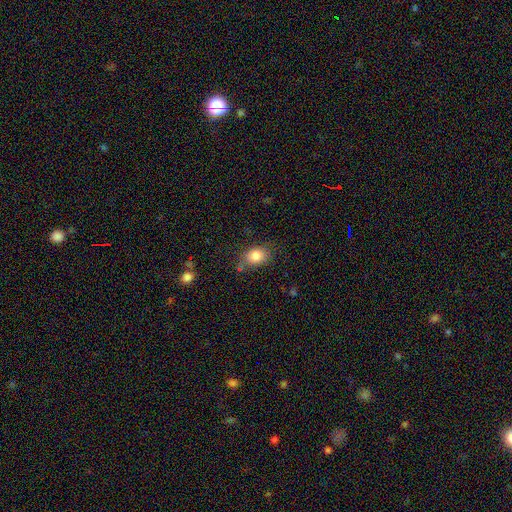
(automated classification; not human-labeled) Smooth or featured?
  - smooth: 83% *
  - star or artifact: 9%
  - featured or disk: 8%
How rounded?
  - in between: 70% *
  - round: 29%
  - cigar-shaped: 1%
Merging?
  - none: 72% *
  - minor disturbance: 19%
  - major disturbance: 5%
  - merger: 4%